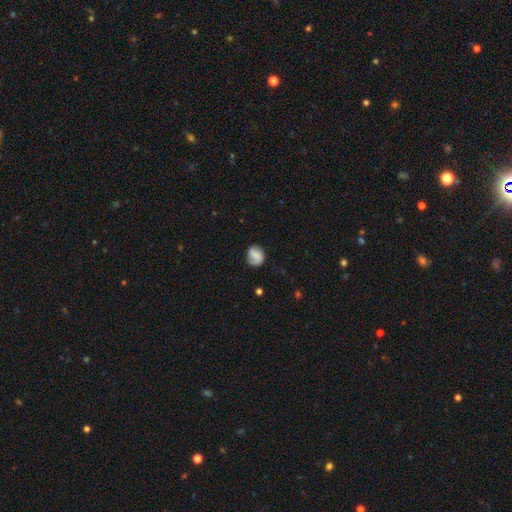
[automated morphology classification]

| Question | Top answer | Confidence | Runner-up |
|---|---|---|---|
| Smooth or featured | smooth | 68% | featured or disk (24%) |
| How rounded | round | 63% | in between (36%) |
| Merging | none | 64% | minor disturbance (25%) |